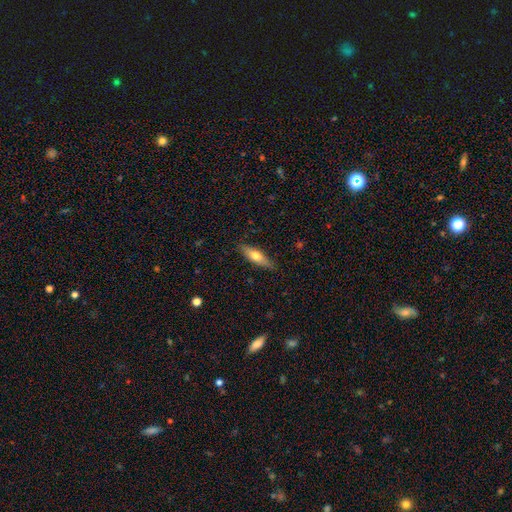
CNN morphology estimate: Smooth or featured? Predicted: smooth (p=0.64). How rounded? Predicted: in between (p=0.49, tied with cigar-shaped). Merging? Predicted: none (p=0.85).